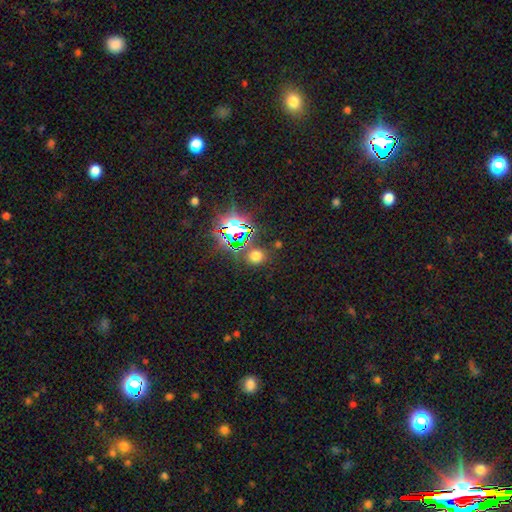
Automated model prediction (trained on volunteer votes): Overall: smooth (54%; star or artifact 39%). How rounded: round (75%). Merging: none (80%).